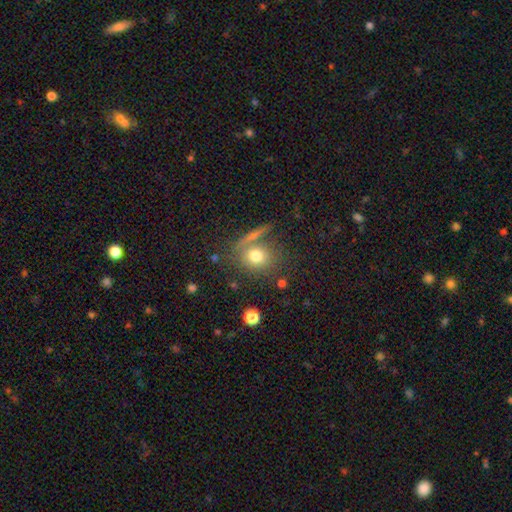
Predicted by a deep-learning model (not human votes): smooth-or-featured: smooth: 74% | featured or disk: 14% | star or artifact: 12%
  how-rounded: round: 68% | in between: 30% | cigar-shaped: 3%
  merging: none: 62% | merger: 19% | minor disturbance: 13% | major disturbance: 7%